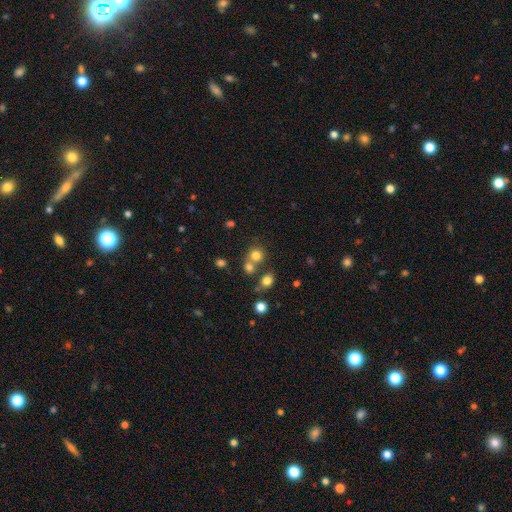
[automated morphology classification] Smooth or featured? Predicted: smooth (p=0.76). How rounded? Predicted: round (p=0.85). Merging? Predicted: none (p=0.56).